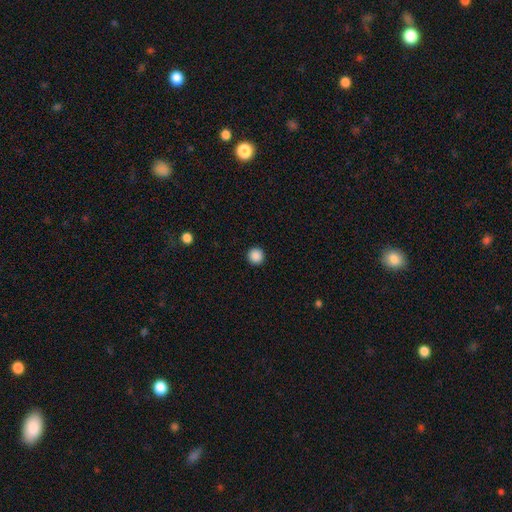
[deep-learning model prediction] This appears to be a smooth galaxy with no disk features (88%) that is round (95%). Merging: none (93%).